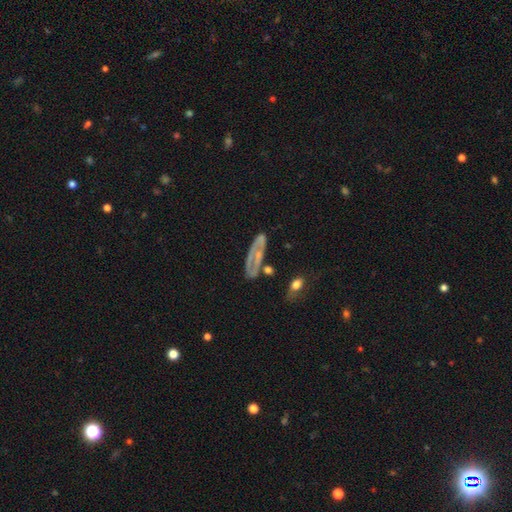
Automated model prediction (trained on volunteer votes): The model was most divided on "smooth or featured": featured or disk: 59%, smooth: 30%, star or artifact: 11%. More confident: edge-on disk — no (77%); merging — none (56%).